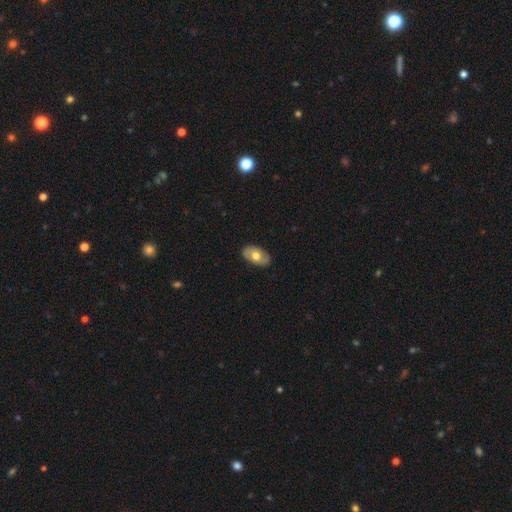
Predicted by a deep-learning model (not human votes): Overall: smooth (59%; featured or disk 35%). How rounded: in between (92%). Merging: none (86%).